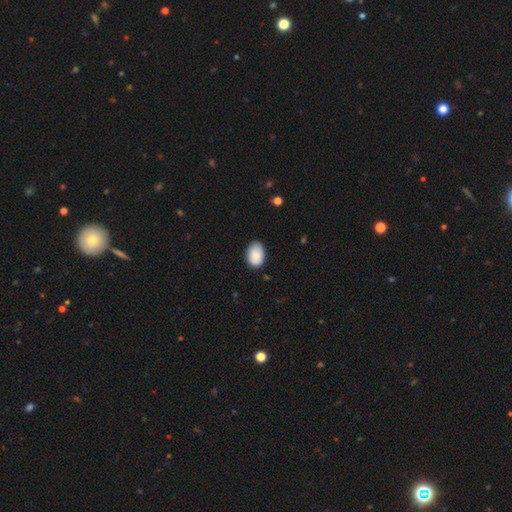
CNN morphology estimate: Smooth or featured? smooth (86%)
How rounded? in between (85%)
Merging? none (78%)